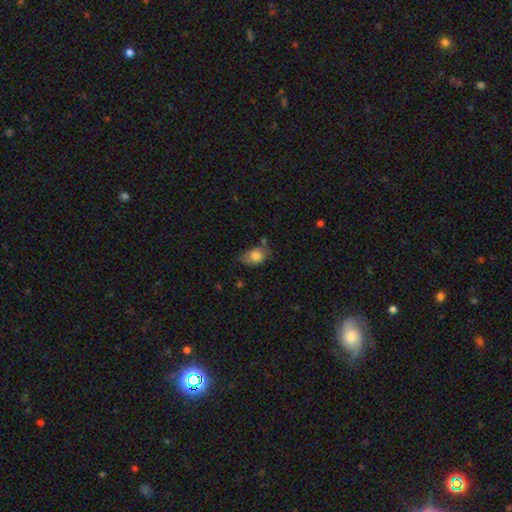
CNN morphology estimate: Smooth or featured: smooth — 76% (featured or disk — 16%)
How rounded: in between — 80% (round — 19%)
Merging: none — 52% (minor disturbance — 31%)